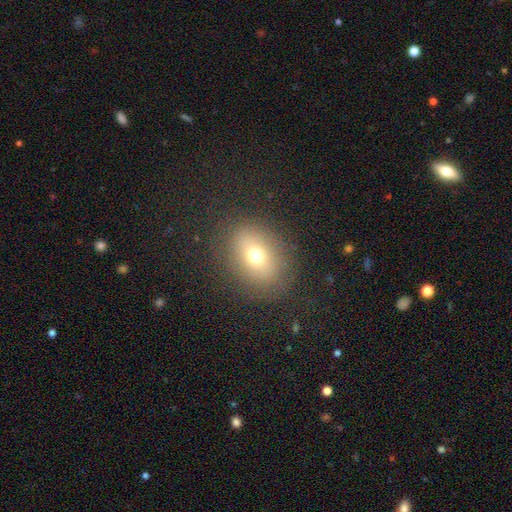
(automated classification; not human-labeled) This is likely a smooth galaxy (69%). How rounded: possibly in between (57%). Merging: clearly none (82%).